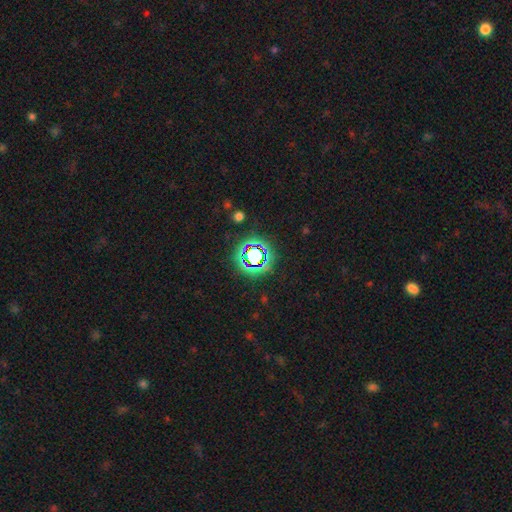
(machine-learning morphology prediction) Overall: star or artifact (68%).